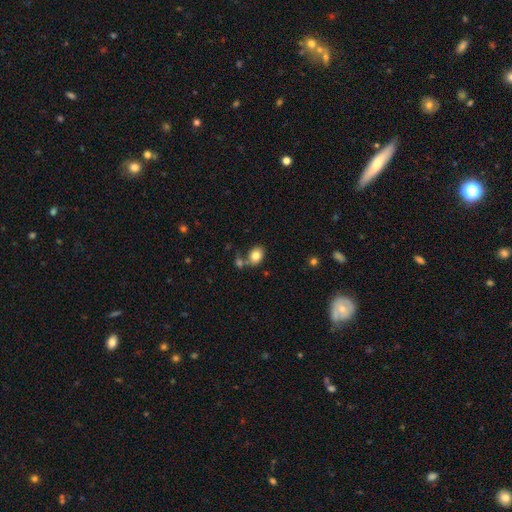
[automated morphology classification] The model was most divided on "how rounded": in between: 67%, round: 32%, cigar-shaped: 1%. More confident: smooth or featured — smooth (81%); merging — none (59%).